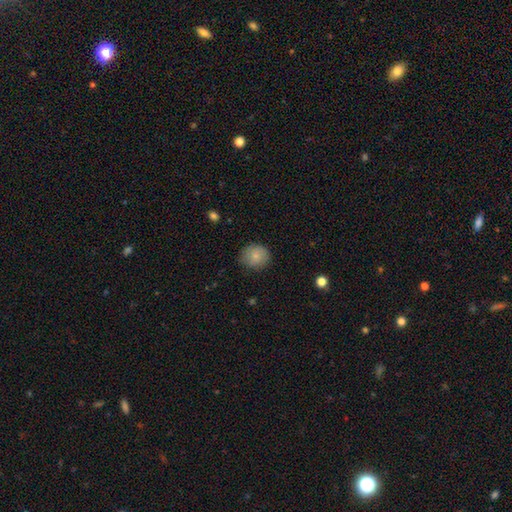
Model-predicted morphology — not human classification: type=smooth (81%); roundness=round (80%); merging=none (81%).